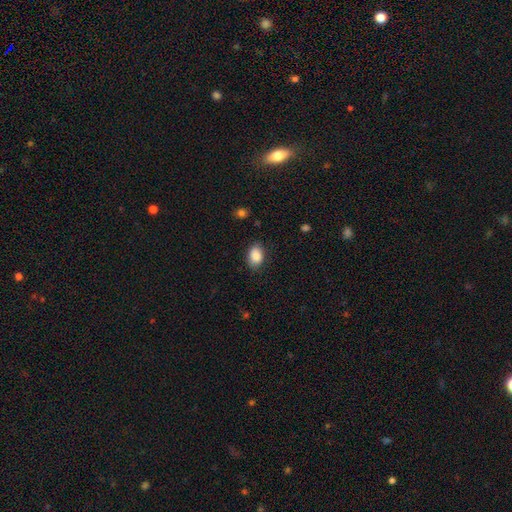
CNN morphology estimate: The model was most divided on "how rounded": in between: 82%, round: 17%, cigar-shaped: 1%. More confident: smooth or featured — smooth (89%); merging — none (82%).